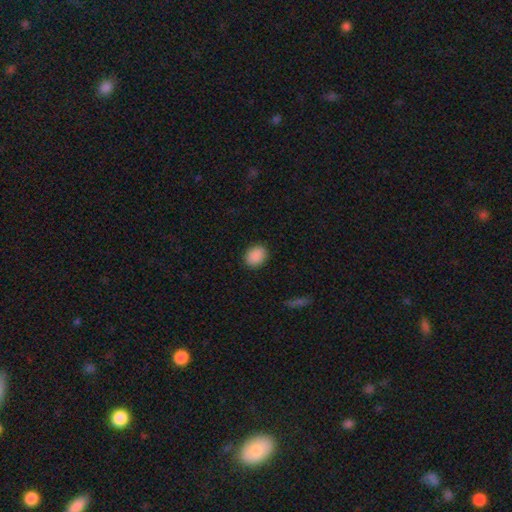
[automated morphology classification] Overall: smooth (90%). How rounded: in between (56%; round 43%). Merging: none (89%).